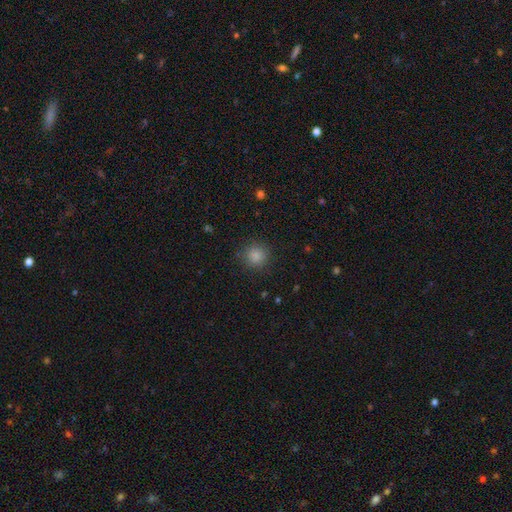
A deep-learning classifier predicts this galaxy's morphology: The model was most divided on "smooth or featured": smooth: 85%, star or artifact: 11%, featured or disk: 4%. More confident: how rounded — round (92%); merging — none (87%).